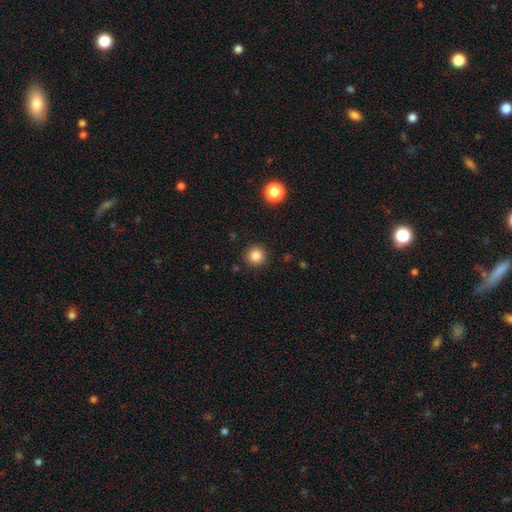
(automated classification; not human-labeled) smooth-or-featured: smooth: 84% | star or artifact: 11% | featured or disk: 5%
  how-rounded: round: 95% | in between: 4% | cigar-shaped: 1%
  merging: none: 91% | minor disturbance: 5% | major disturbance: 2% | merger: 1%